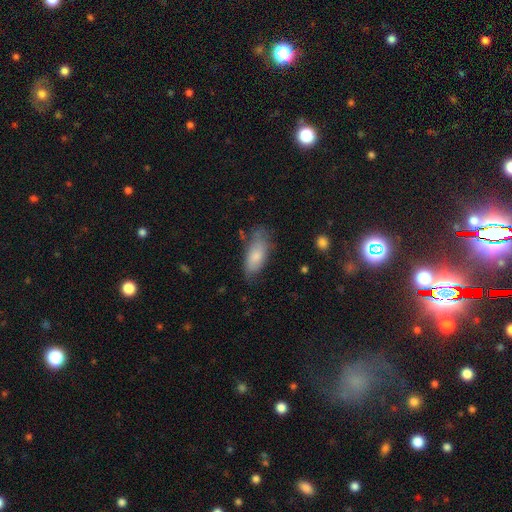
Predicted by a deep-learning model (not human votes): smooth-or-featured: smooth: 78% | featured or disk: 16% | star or artifact: 6%
  how-rounded: in between: 84% | cigar-shaped: 14% | round: 2%
  merging: none: 58% | minor disturbance: 30% | major disturbance: 9% | merger: 3%